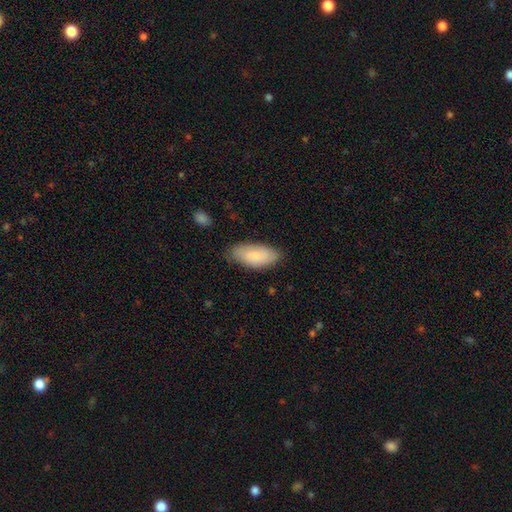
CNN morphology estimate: type=smooth (78%); roundness=in between (91%); merging=none (75%).